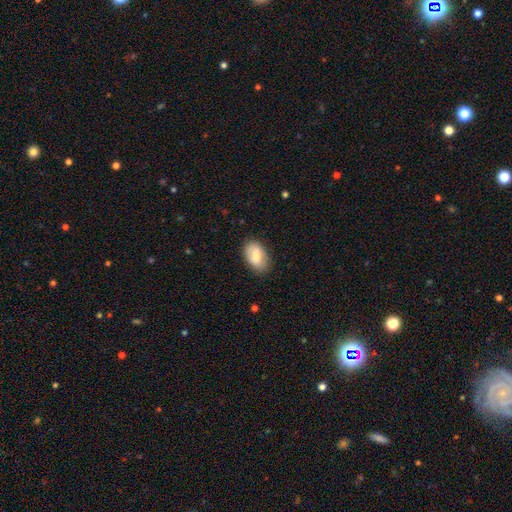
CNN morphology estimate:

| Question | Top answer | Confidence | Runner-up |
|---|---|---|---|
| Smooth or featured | smooth | 73% | featured or disk (20%) |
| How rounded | in between | 90% | round (8%) |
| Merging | none | 80% | minor disturbance (16%) |